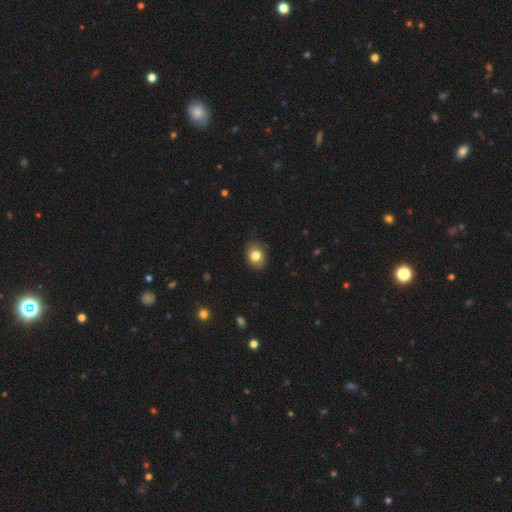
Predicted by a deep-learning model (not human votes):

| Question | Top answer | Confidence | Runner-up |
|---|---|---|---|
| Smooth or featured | smooth | 81% | featured or disk (9%) |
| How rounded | in between | 51% | round (48%) |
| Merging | none | 81% | minor disturbance (15%) |